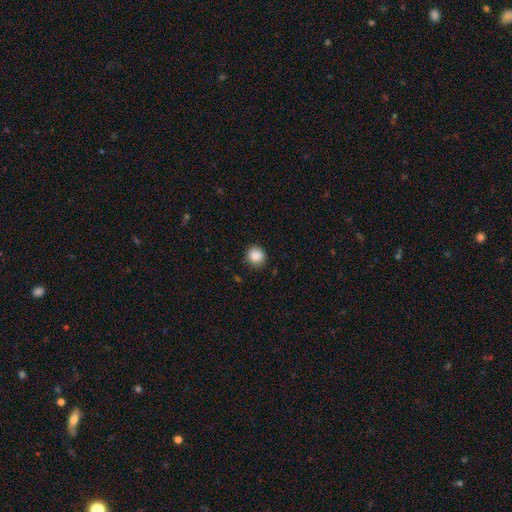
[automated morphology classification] The model was most divided on "how rounded": round: 83%, in between: 16%, cigar-shaped: 1%. More confident: smooth or featured — smooth (88%); merging — none (85%).